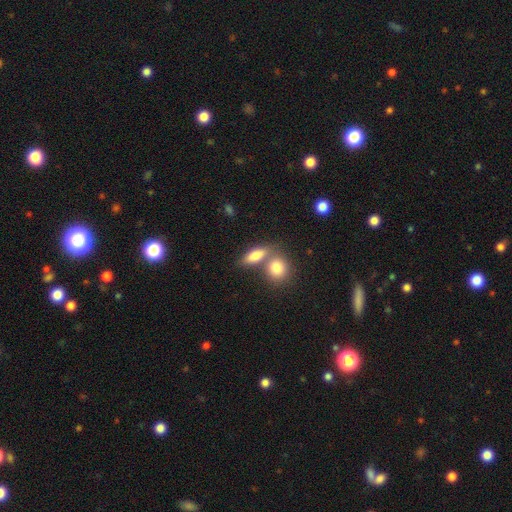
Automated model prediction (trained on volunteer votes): A smooth galaxy with no disk features (79%) that is in between round and cigar-shaped (67%).

Vote fractions:
- Smooth or featured? smooth: 79% / featured or disk: 13% / star or artifact: 8%
- How rounded? in between: 67% / cigar-shaped: 19% / round: 14%
- Merging? none: 46% / merger: 41% / minor disturbance: 10% / major disturbance: 4%